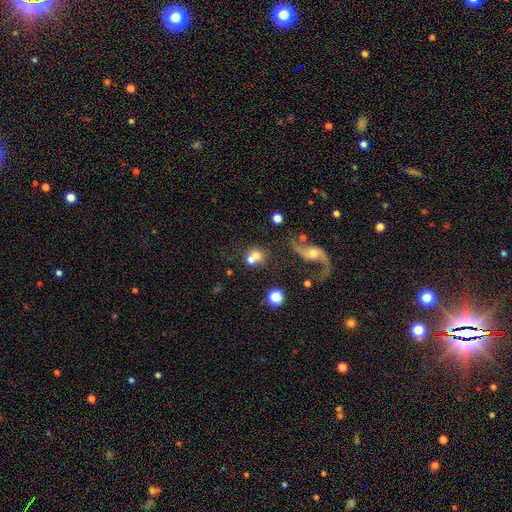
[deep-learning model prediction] This appears to be a smooth galaxy with no disk features (60%) that is round (80%). Merging: merger (46%).